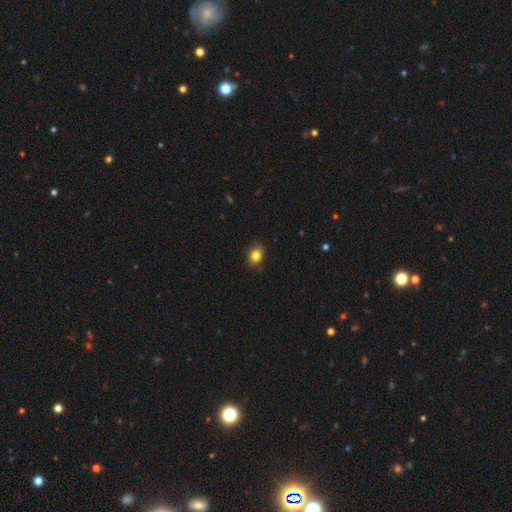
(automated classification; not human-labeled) Morphology: type=smooth (83%); roundness=round (52%); merging=none (84%).